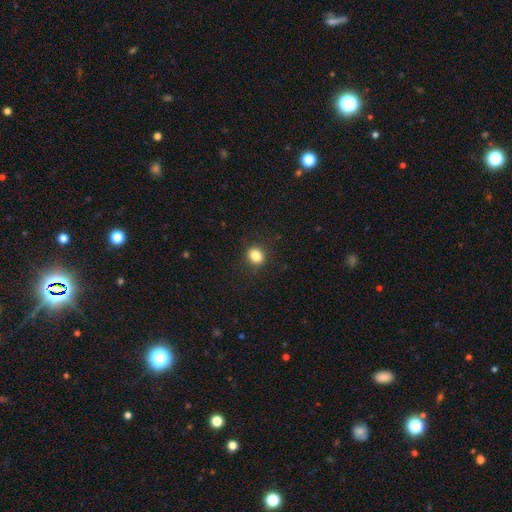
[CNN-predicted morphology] type=smooth (84%); roundness=round (60%); merging=none (89%).